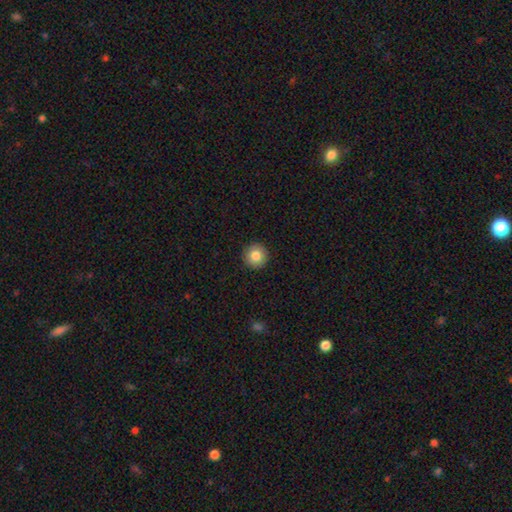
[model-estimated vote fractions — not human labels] Smooth or featured? Predicted: smooth (p=0.84). How rounded? Predicted: round (p=0.96). Merging? Predicted: none (p=0.93).